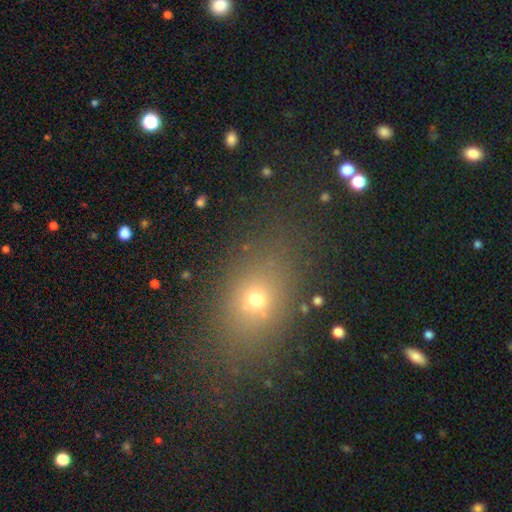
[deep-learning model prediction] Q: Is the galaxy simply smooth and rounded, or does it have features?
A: smooth — 58%.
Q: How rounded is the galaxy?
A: in between — 60%.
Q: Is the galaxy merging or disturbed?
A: none — 85%.